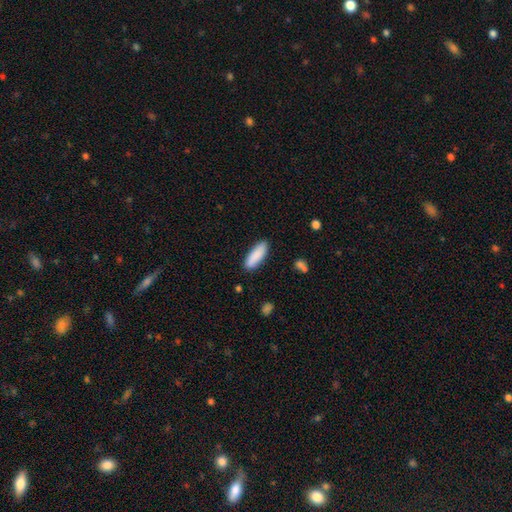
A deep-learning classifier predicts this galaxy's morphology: Smooth or featured? smooth (89%)
How rounded? in between (57%)
Merging? none (88%)